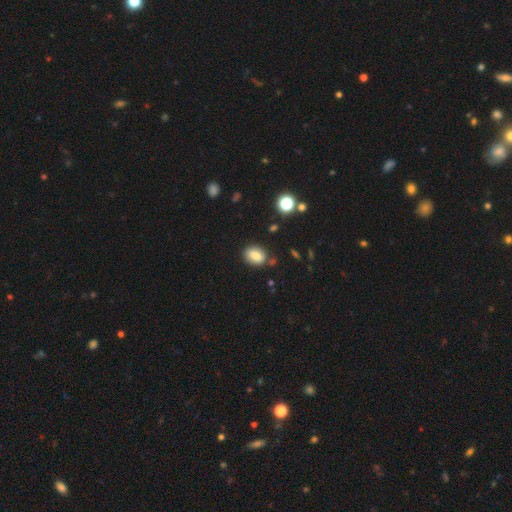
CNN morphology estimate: type=smooth (83%); roundness=in between (71%); merging=none (76%).